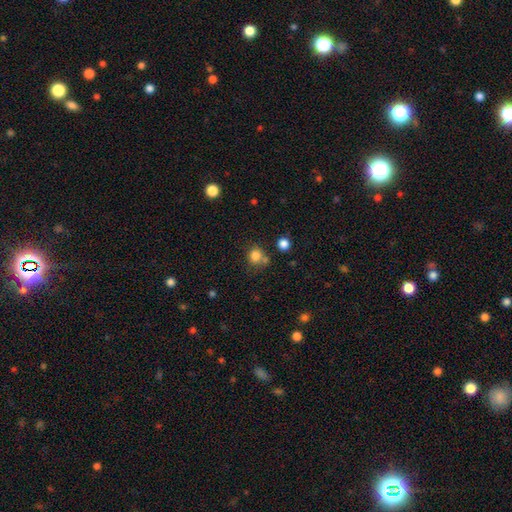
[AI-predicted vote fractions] Smooth or featured? Predicted: smooth (p=0.81). How rounded? Predicted: round (p=0.82). Merging? Predicted: none (p=0.61).